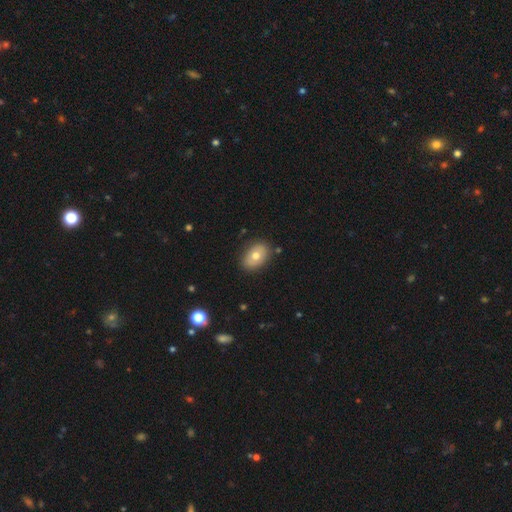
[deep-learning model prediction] smooth 71%, featured or disk 22%, star or artifact 8%. Down the decision tree: how rounded — in between (84%); merging — none (85%).